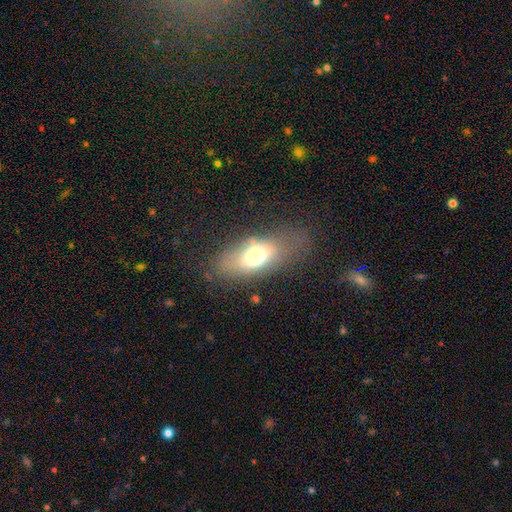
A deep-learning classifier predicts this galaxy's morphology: smooth_or_featured: smooth (p=0.68) [alt: featured or disk p=0.22]
how_rounded: in between (p=0.84) [alt: cigar-shaped p=0.09]
merging: none (p=0.62) [alt: minor disturbance p=0.21]